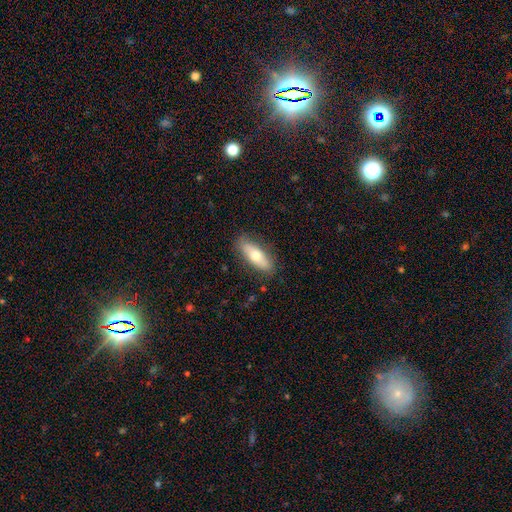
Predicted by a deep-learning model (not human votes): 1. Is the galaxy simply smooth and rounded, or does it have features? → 65% smooth, 30% featured or disk, 6% star or artifact.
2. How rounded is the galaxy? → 64% in between, 34% cigar-shaped, 2% round.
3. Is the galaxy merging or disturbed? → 84% none, 12% minor disturbance, 3% major disturbance, 1% merger.